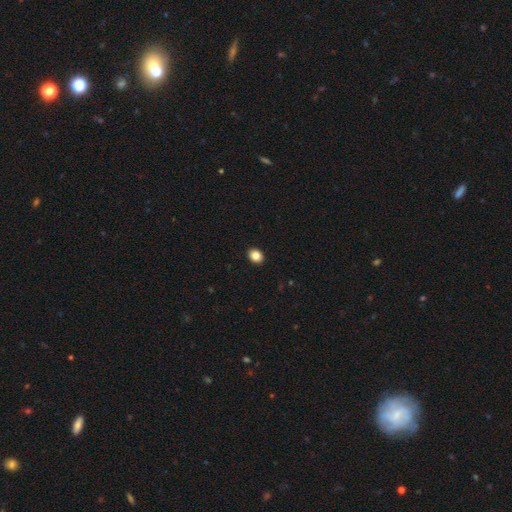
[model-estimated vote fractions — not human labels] Smooth or featured? Predicted: smooth (p=0.85). How rounded? Predicted: round (p=0.52). Merging? Predicted: none (p=0.92).